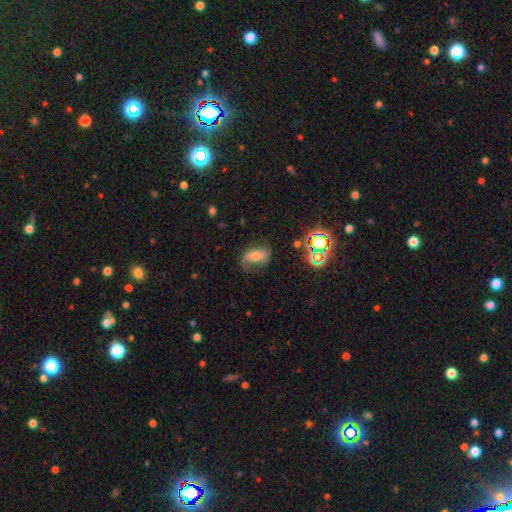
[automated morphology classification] Smooth or featured: smooth — 49% (featured or disk — 34%)
Merging: none — 55% (minor disturbance — 27%)